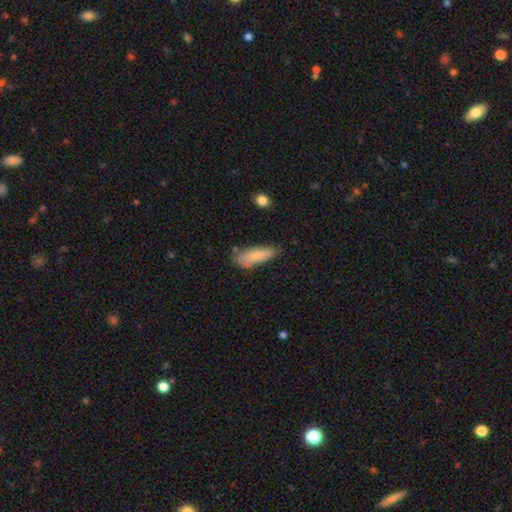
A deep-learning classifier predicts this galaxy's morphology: Smooth or featured?
  - smooth: 80% *
  - featured or disk: 13%
  - star or artifact: 7%
How rounded?
  - in between: 56% *
  - cigar-shaped: 42%
  - round: 2%
Merging?
  - none: 65% *
  - minor disturbance: 25%
  - major disturbance: 5%
  - merger: 4%